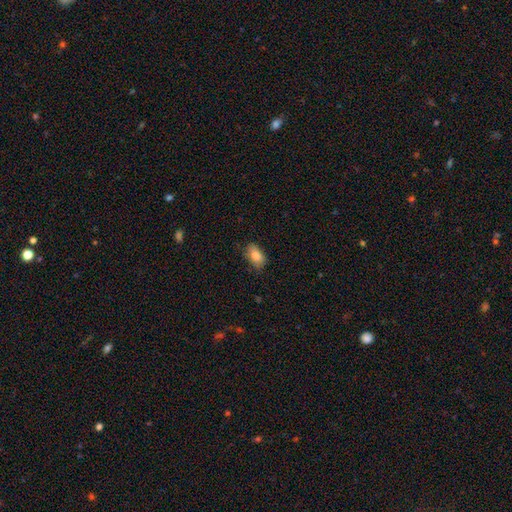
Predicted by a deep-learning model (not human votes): The model was most divided on "merging": none: 75%, minor disturbance: 20%, major disturbance: 4%, merger: 1%. More confident: how rounded — in between (90%); smooth or featured — smooth (84%).